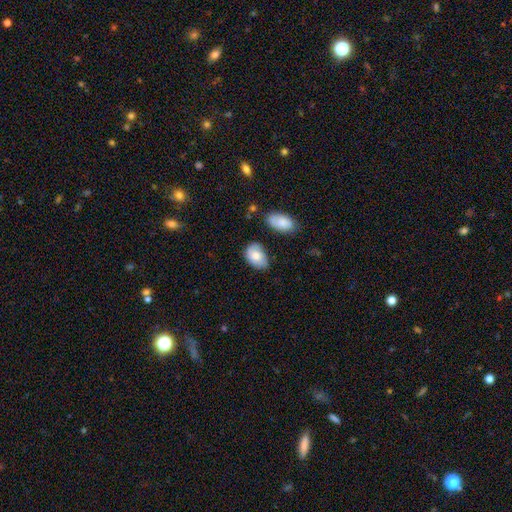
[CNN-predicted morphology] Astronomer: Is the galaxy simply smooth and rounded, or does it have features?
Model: smooth — 70%.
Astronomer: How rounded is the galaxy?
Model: in between — 86%.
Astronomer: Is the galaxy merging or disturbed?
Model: none — 55% (runner-up: minor disturbance, 32%).